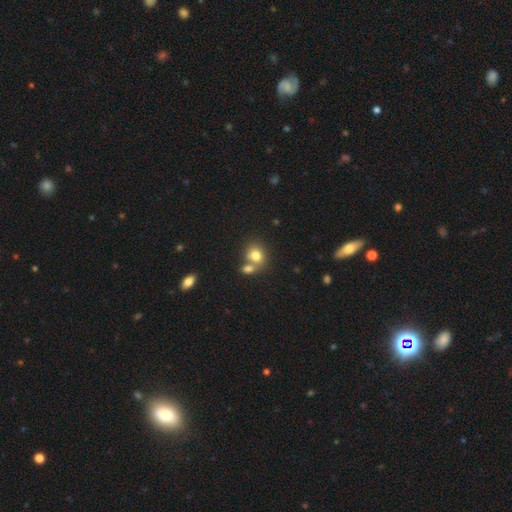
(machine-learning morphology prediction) The model was most divided on "merging": merger: 44%, none: 43%, minor disturbance: 9%, major disturbance: 3%. More confident: smooth or featured — smooth (79%); how rounded — round (61%).